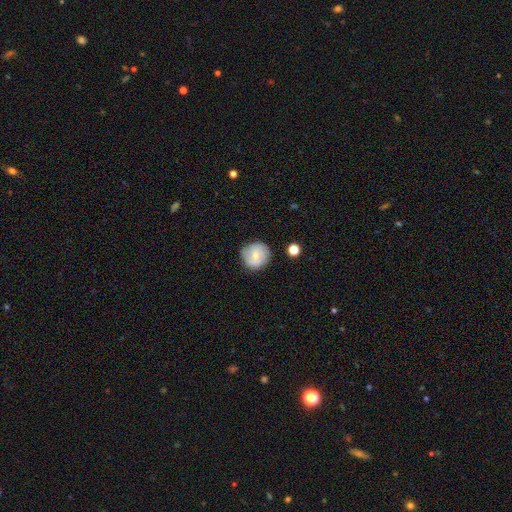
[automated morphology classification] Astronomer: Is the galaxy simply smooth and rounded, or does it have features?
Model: featured or disk — 46%, tied with smooth at 46%.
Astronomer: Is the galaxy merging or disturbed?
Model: none — 80%.